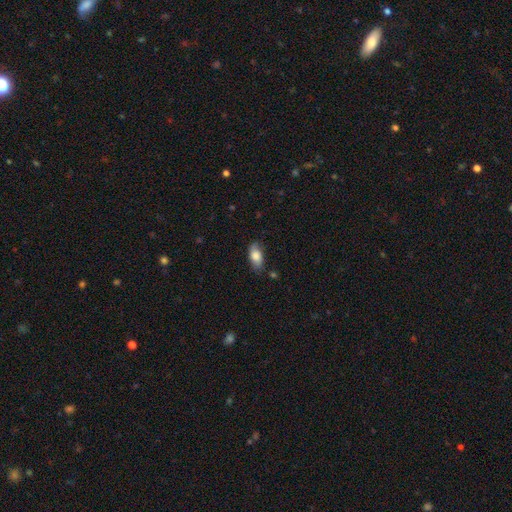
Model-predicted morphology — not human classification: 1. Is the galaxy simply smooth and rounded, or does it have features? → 79% smooth, 14% featured or disk, 7% star or artifact.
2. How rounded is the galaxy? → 88% in between, 8% cigar-shaped, 4% round.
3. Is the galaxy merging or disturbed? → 75% none, 19% minor disturbance, 4% major disturbance, 2% merger.